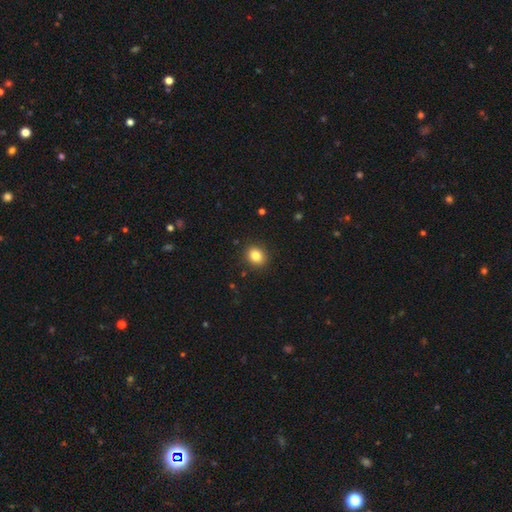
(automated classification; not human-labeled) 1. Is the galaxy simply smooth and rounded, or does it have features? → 83% smooth, 10% star or artifact, 6% featured or disk.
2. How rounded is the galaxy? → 63% round, 36% in between, 1% cigar-shaped.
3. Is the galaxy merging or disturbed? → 90% none, 7% minor disturbance, 2% major disturbance, 1% merger.